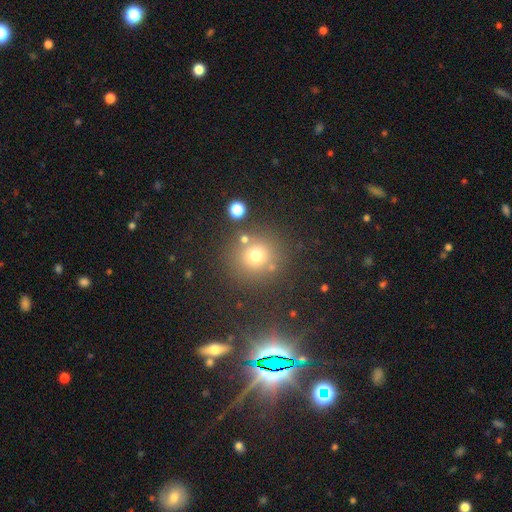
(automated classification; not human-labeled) Smooth or featured? smooth (71%)
How rounded? round (91%)
Merging? none (78%)